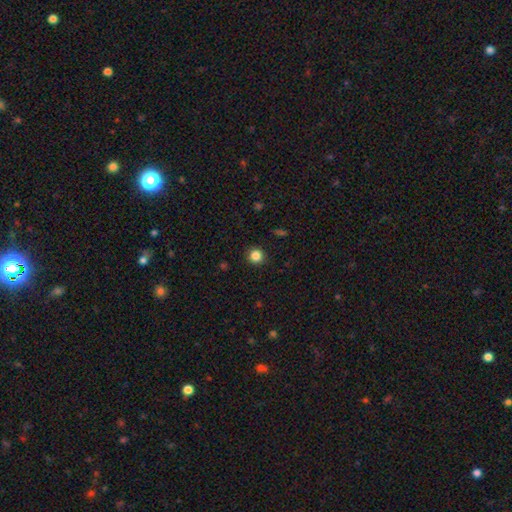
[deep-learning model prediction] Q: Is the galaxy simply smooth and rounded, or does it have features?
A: smooth — 84%.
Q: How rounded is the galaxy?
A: round — 93%.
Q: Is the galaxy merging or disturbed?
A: none — 92%.